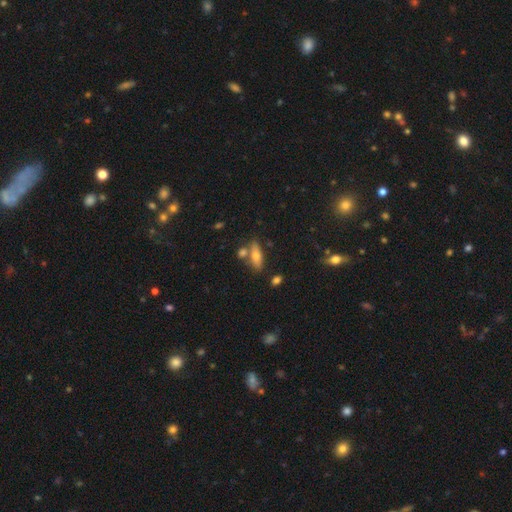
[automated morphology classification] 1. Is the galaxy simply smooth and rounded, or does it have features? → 67% smooth, 24% featured or disk, 8% star or artifact.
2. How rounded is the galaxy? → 60% in between, 36% cigar-shaped, 4% round.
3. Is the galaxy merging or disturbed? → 66% none, 18% merger, 13% minor disturbance, 4% major disturbance.